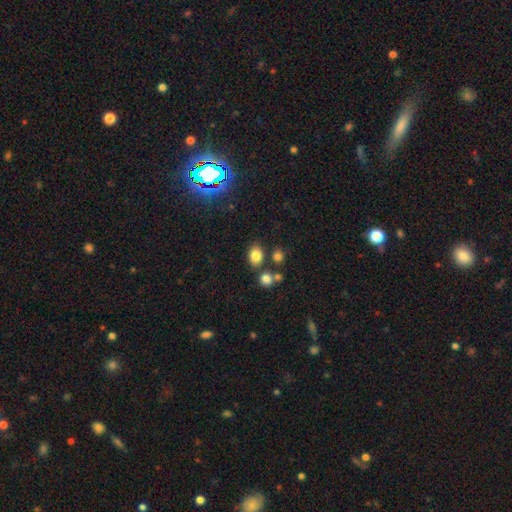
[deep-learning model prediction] Q: Smooth or featured?
A: smooth (80%); runner-up: star or artifact (13%)
Q: How rounded?
A: in between (61%); runner-up: round (38%)
Q: Merging?
A: none (72%); runner-up: merger (13%)